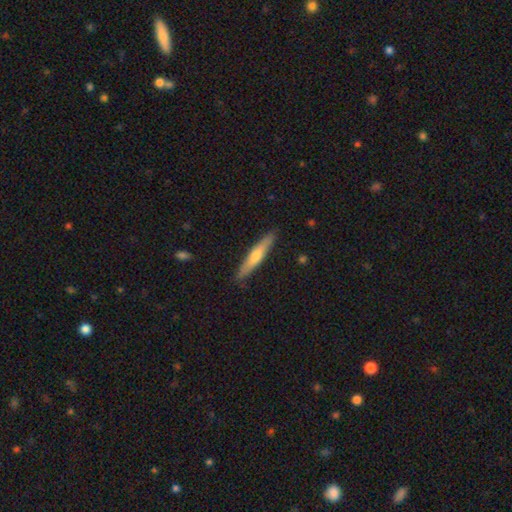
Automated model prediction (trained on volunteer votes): smooth-or-featured: smooth: 50% | featured or disk: 45% | star or artifact: 6%
  merging: none: 90% | minor disturbance: 7% | major disturbance: 1% | merger: 1%